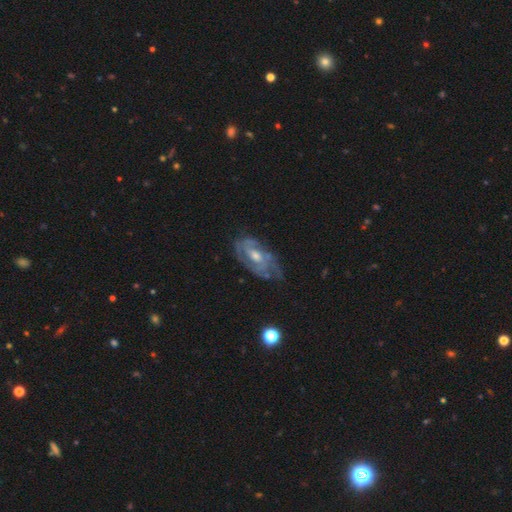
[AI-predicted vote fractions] This appears to be a featured or disk galaxy (80%) with no bar (55%), tight (54%) spiral arms (84%) and a moderate central bulge (64%). Merging: none (57%).